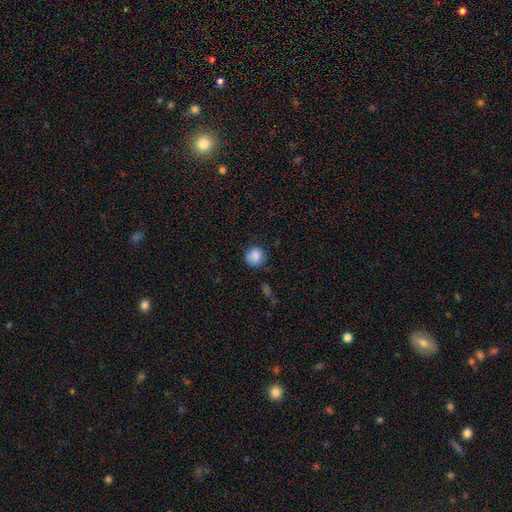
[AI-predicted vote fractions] The model was most divided on "merging": none: 73%, minor disturbance: 20%, major disturbance: 5%, merger: 2%. More confident: smooth or featured — smooth (87%); how rounded — round (86%).